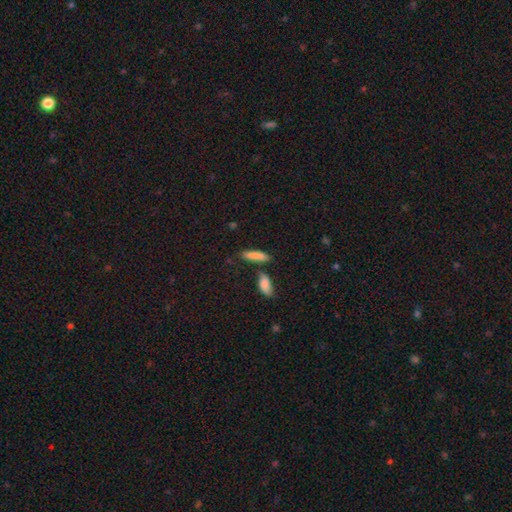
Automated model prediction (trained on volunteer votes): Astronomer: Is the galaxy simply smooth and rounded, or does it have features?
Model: smooth — 83%.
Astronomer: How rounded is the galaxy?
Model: cigar-shaped — 64%.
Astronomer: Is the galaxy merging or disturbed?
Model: none — 67%.